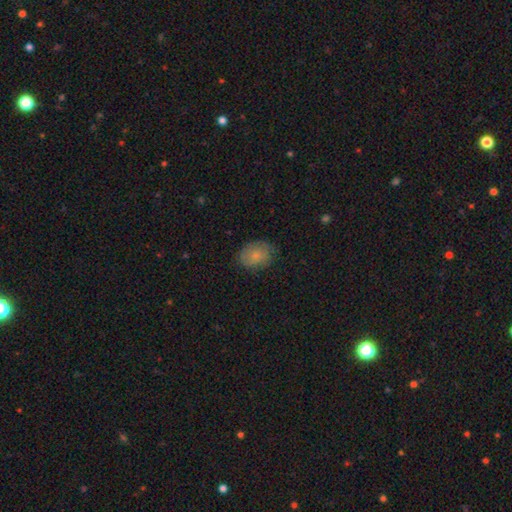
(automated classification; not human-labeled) Smooth or featured?
  - smooth: 81% *
  - featured or disk: 12%
  - star or artifact: 8%
How rounded?
  - in between: 69% *
  - round: 30%
  - cigar-shaped: 1%
Merging?
  - none: 76% *
  - minor disturbance: 19%
  - major disturbance: 4%
  - merger: 1%